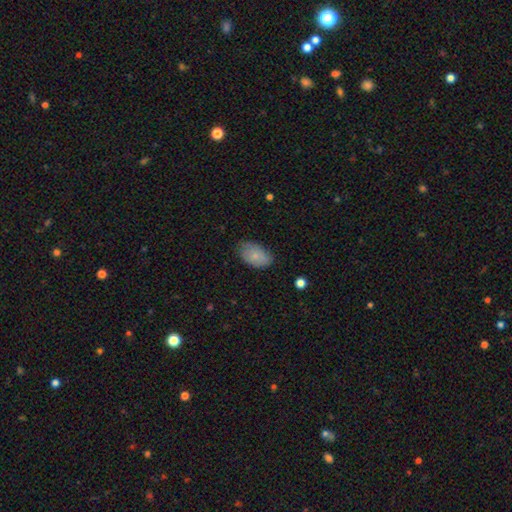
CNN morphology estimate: This is likely a smooth galaxy (76%). How rounded: clearly in between (91%). Merging: likely none (72%).